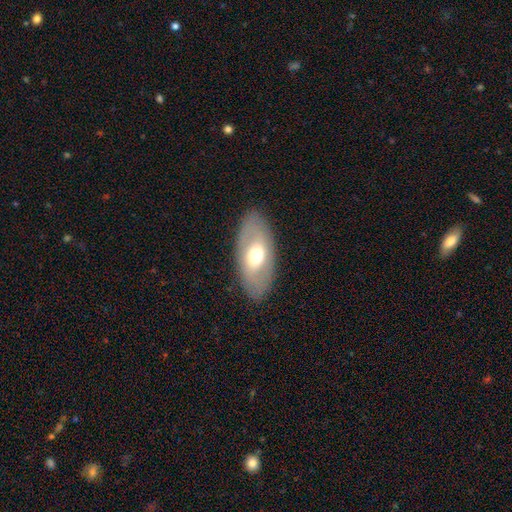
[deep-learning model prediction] Q: Smooth or featured?
A: smooth (50%); runner-up: featured or disk (44%)
Q: Merging?
A: none (85%); runner-up: minor disturbance (10%)